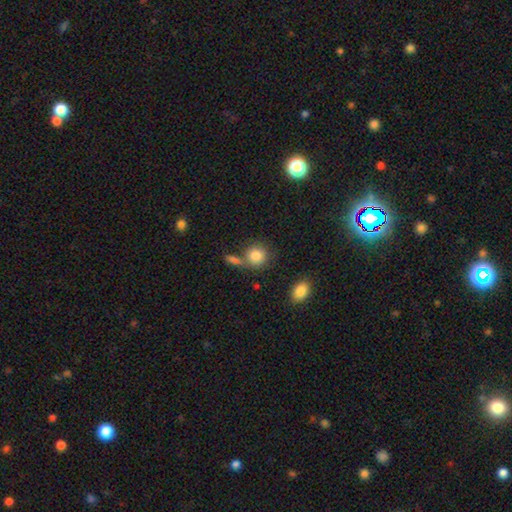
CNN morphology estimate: Overall: smooth (85%). How rounded: round (81%). Merging: none (59%; merger 23%).